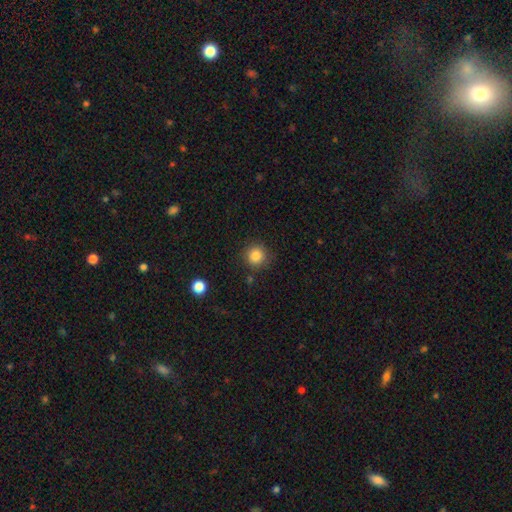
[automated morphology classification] Smooth or featured? Predicted: smooth (p=0.84). How rounded? Predicted: round (p=0.93). Merging? Predicted: none (p=0.87).